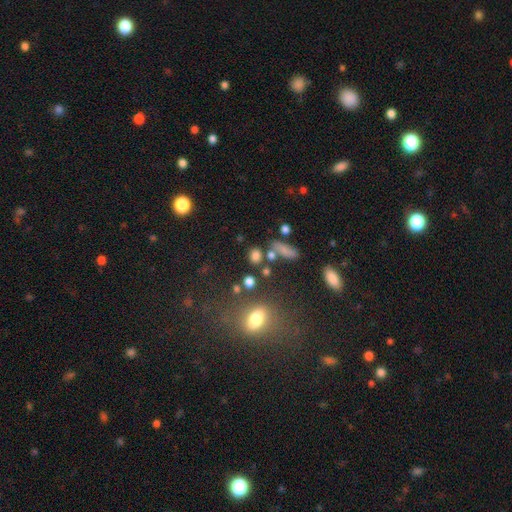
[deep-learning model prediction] Smooth or featured: smooth — 76% (star or artifact — 16%)
How rounded: round — 57% (in between — 38%)
Merging: none — 69% (merger — 14%)